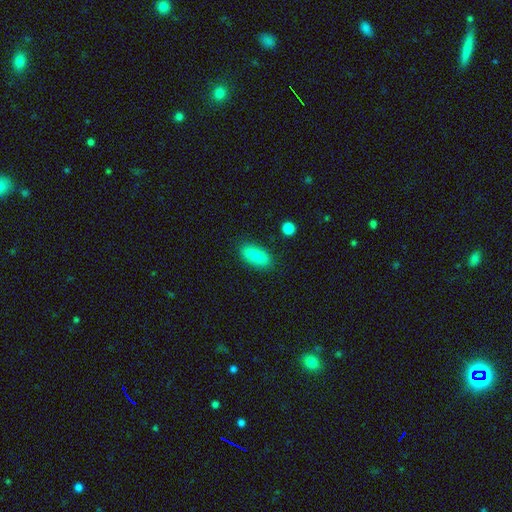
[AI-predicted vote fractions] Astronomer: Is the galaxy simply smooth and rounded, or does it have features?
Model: smooth — 85%.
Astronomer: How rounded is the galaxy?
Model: in between — 71%.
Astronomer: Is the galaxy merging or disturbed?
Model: none — 86%.